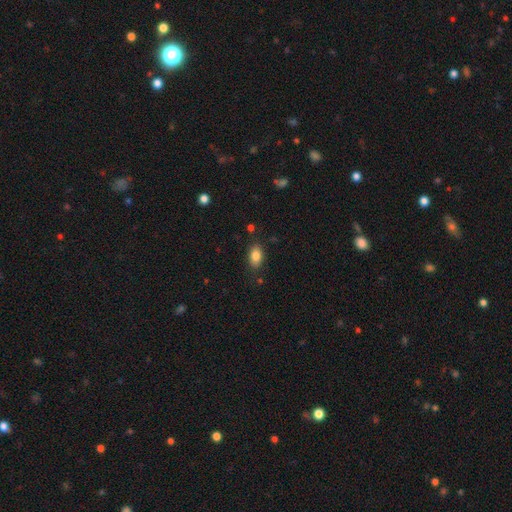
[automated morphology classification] Overall: smooth (83%). How rounded: in between (89%). Merging: none (84%).